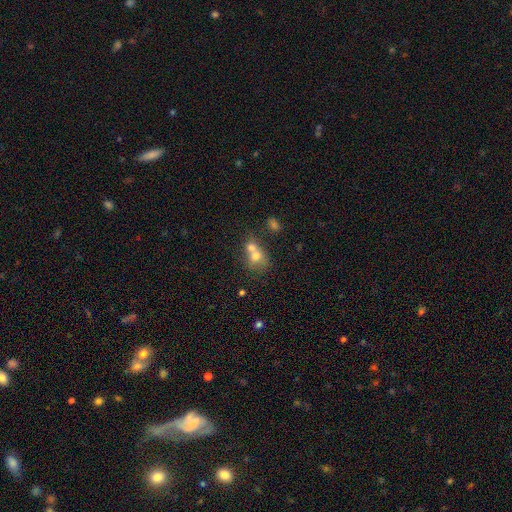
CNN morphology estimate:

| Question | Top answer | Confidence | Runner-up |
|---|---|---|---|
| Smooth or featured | smooth | 68% | featured or disk (21%) |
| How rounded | round | 57% | in between (42%) |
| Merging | merger | 69% | none (20%) |